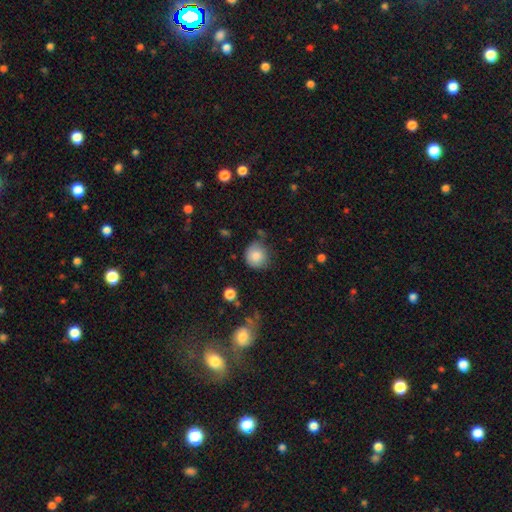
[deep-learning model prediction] Morphology: type=smooth (84%); roundness=round (87%); merging=none (69%).